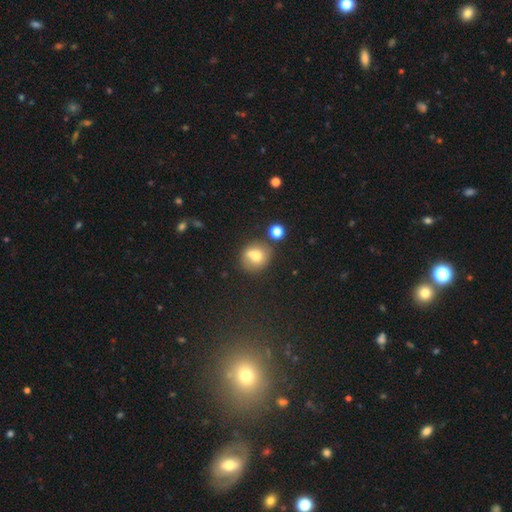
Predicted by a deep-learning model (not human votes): Smooth or featured? smooth (70%)
How rounded? round (81%)
Merging? none (54%)